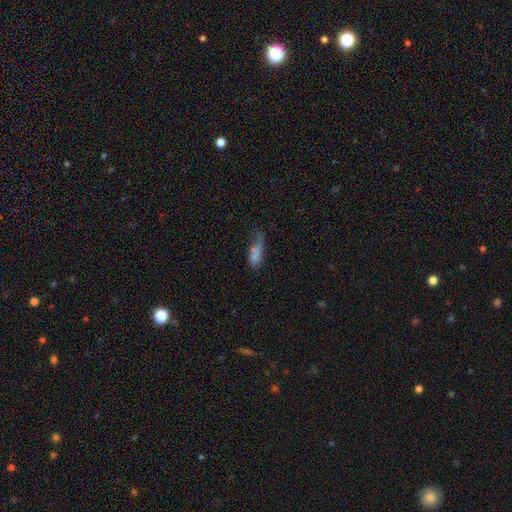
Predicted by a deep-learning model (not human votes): The model was most divided on "merging": none: 37%, minor disturbance: 33%, major disturbance: 24%, merger: 6%. More confident: smooth or featured — smooth (65%); how rounded — in between (54%).